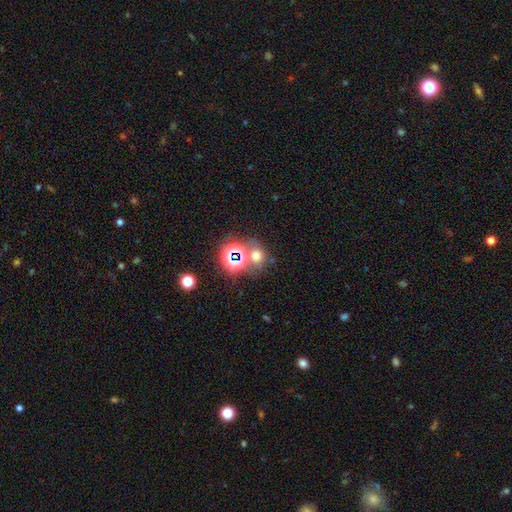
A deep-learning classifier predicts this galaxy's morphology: Smooth or featured? Predicted: smooth (p=0.53). How rounded? Predicted: round (p=0.68). Merging? Predicted: none (p=0.54).